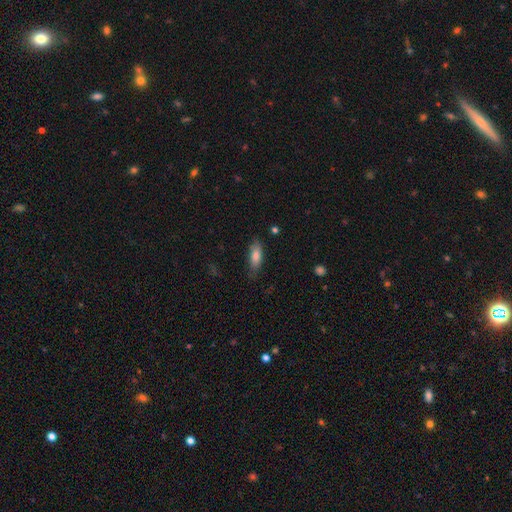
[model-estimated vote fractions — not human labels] Overall: smooth (80%). How rounded: in between (62%; cigar-shaped 37%). Merging: none (76%).